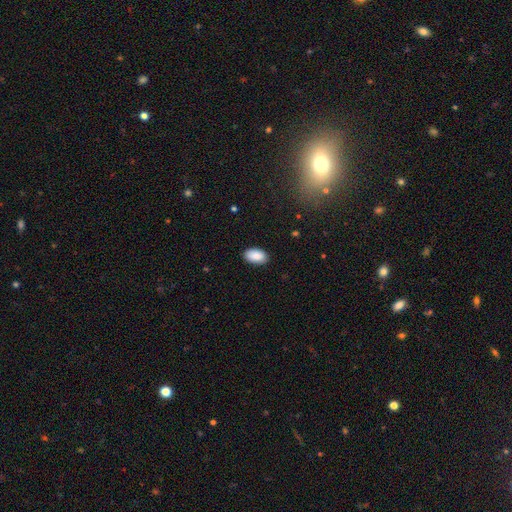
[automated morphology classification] The model was most divided on "merging": none: 88%, minor disturbance: 9%, major disturbance: 2%, merger: 1%. More confident: how rounded — in between (94%); smooth or featured — smooth (90%).